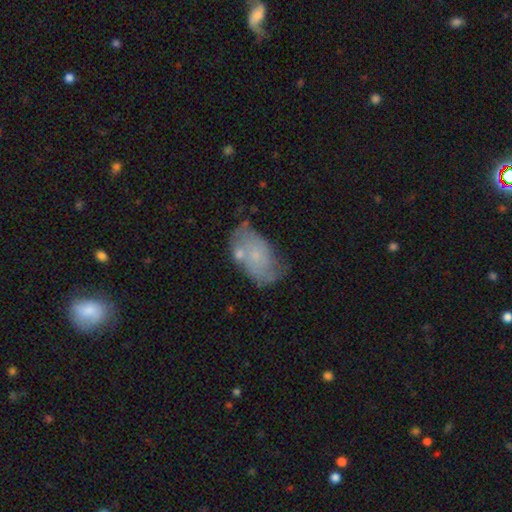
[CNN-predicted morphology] Smooth or featured? Predicted: featured or disk (p=0.49). Merging? Predicted: none (p=0.45).